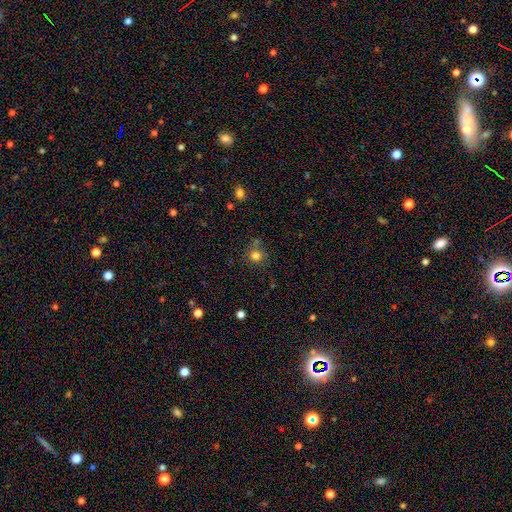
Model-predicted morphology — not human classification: smooth_or_featured: smooth (p=0.78) [alt: star or artifact p=0.15]
how_rounded: round (p=0.90) [alt: in between p=0.09]
merging: none (p=0.73) [alt: minor disturbance p=0.14]